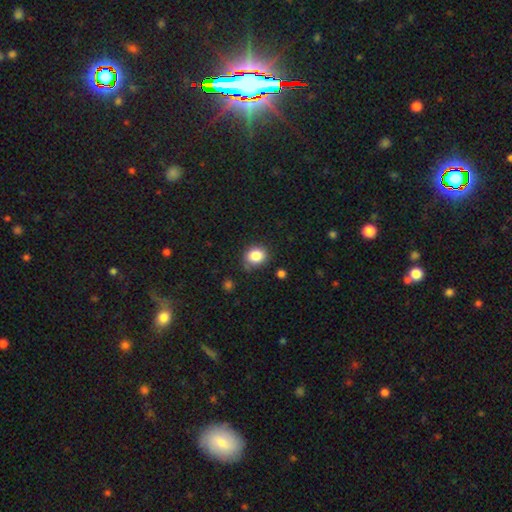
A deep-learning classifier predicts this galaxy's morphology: This appears to be a smooth galaxy with no disk features (84%) that is round (63%). Merging: none (76%).